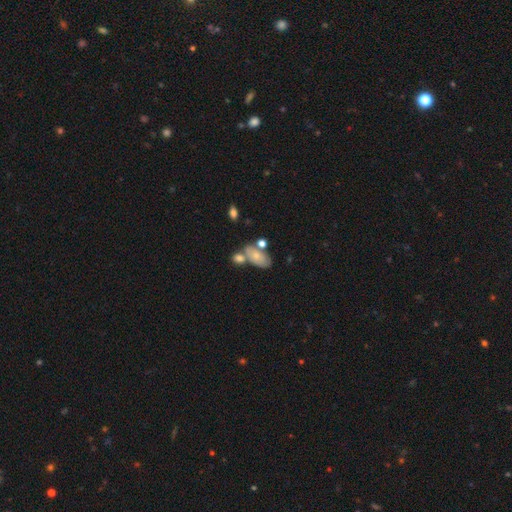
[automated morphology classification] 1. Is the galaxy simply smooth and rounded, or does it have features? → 66% smooth, 26% featured or disk, 8% star or artifact.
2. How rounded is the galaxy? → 89% in between, 7% round, 3% cigar-shaped.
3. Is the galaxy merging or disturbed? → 41% none, 34% merger, 17% minor disturbance, 7% major disturbance.